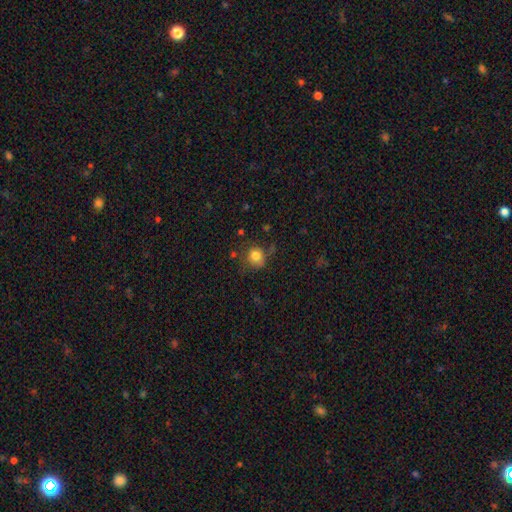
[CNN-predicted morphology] The model was most divided on "merging": none: 69%, minor disturbance: 20%, major disturbance: 7%, merger: 5%. More confident: how rounded — round (84%); smooth or featured — smooth (81%).